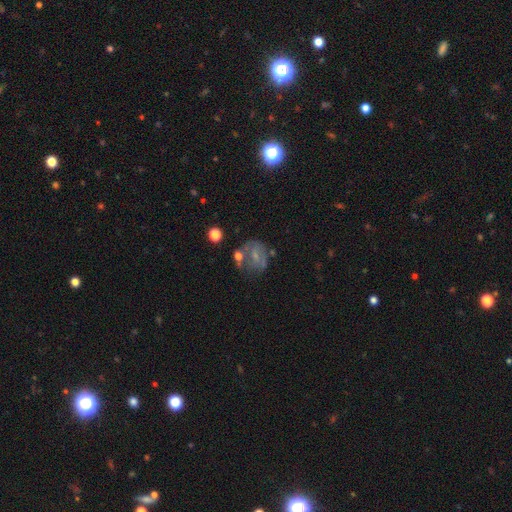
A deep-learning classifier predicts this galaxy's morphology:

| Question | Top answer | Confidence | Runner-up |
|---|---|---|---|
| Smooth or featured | featured or disk | 51% | smooth (36%) |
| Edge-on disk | no | 97% | yes (3%) |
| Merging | none | 49% | minor disturbance (22%) |